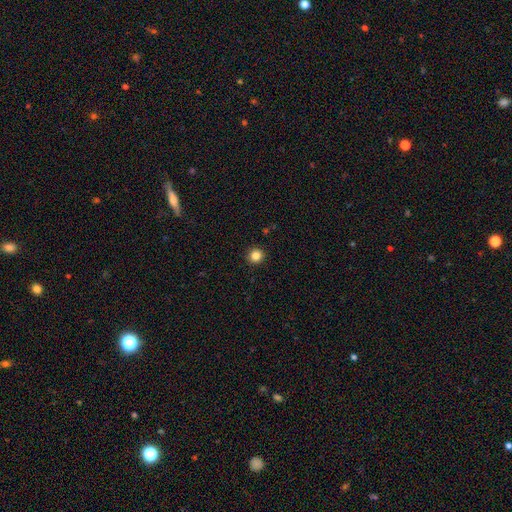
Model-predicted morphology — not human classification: type=smooth (84%); roundness=round (95%); merging=none (93%).